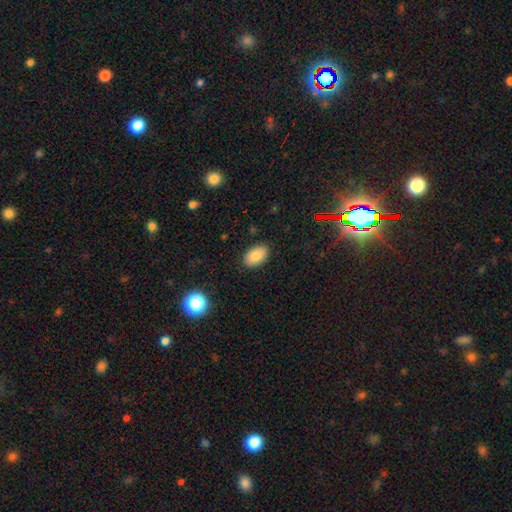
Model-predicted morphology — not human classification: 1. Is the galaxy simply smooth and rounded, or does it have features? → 84% smooth, 8% star or artifact, 8% featured or disk.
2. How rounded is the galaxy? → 92% in between, 7% round, 1% cigar-shaped.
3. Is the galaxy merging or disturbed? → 87% none, 10% minor disturbance, 2% major disturbance, 1% merger.